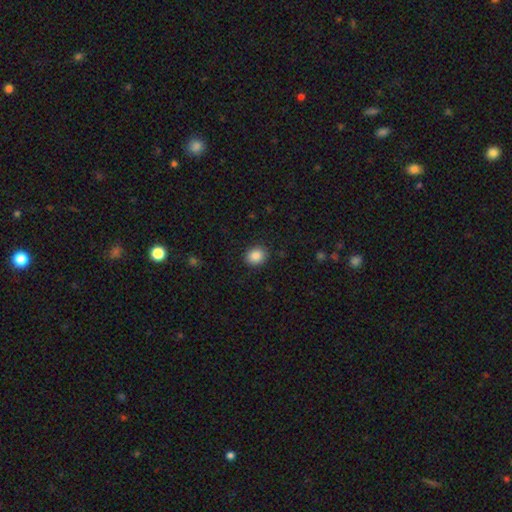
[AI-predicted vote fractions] The model was most divided on "how rounded": round: 67%, in between: 32%, cigar-shaped: 1%. More confident: merging — none (89%); smooth or featured — smooth (87%).